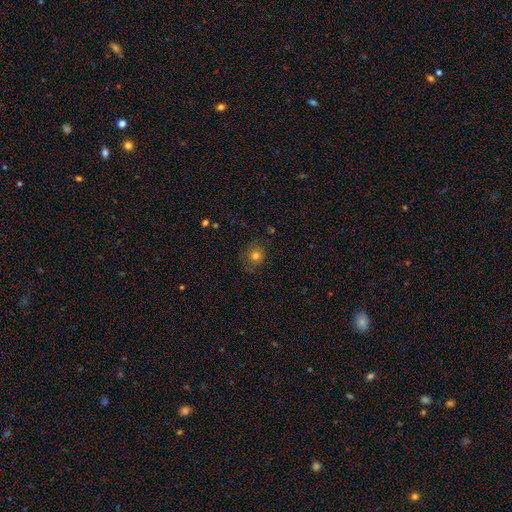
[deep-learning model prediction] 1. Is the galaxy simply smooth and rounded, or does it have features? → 73% smooth, 13% star or artifact, 13% featured or disk.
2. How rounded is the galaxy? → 81% round, 18% in between, 1% cigar-shaped.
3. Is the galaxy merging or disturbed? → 73% none, 18% minor disturbance, 8% major disturbance, 2% merger.